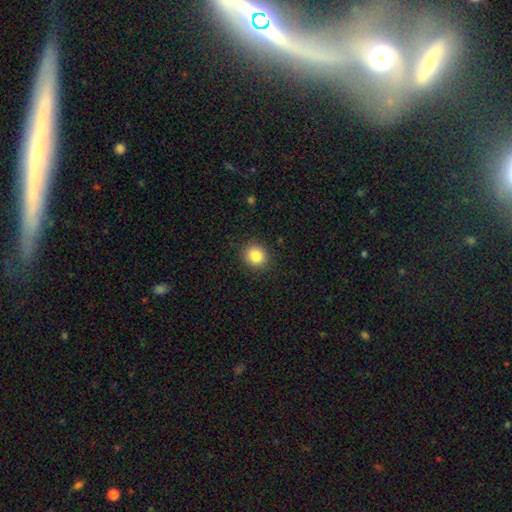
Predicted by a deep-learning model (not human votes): A smooth galaxy with no disk features (84%) that is round (82%). Merging: none (90%).